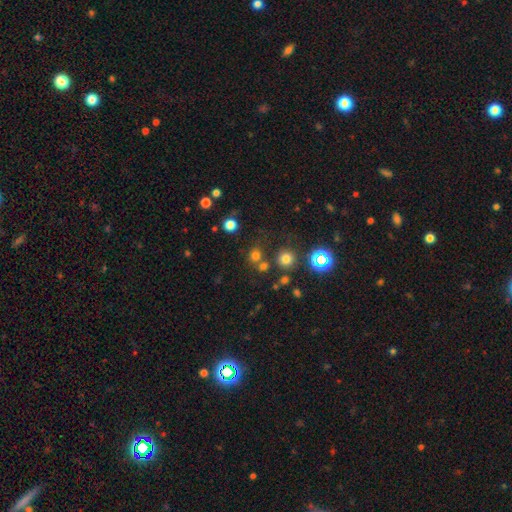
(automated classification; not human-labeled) This is likely a smooth galaxy (67%). How rounded: clearly round (89%). Merging: likely none (70%).